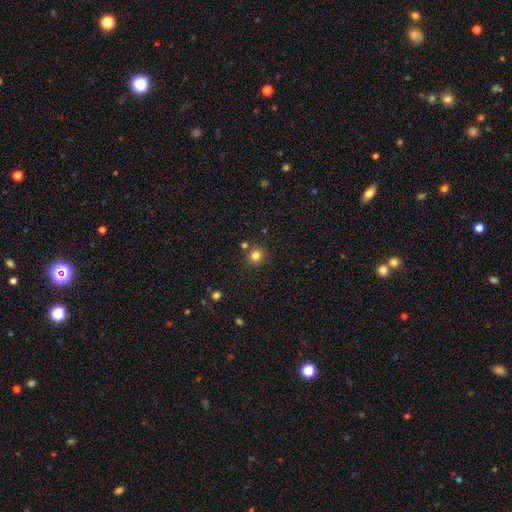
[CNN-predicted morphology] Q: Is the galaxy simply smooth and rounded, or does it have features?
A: smooth — 82%.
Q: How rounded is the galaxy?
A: round — 90%.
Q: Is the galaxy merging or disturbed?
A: none — 81%.